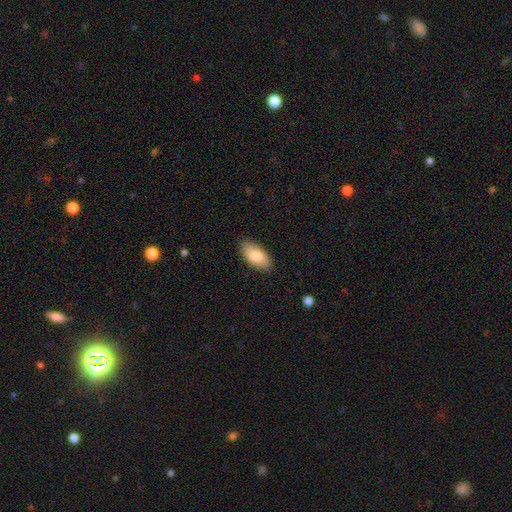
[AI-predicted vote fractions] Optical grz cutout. It shows a smooth galaxy with no disk features (81%) that is in between round and cigar-shaped (93%). Merging: none (87%).